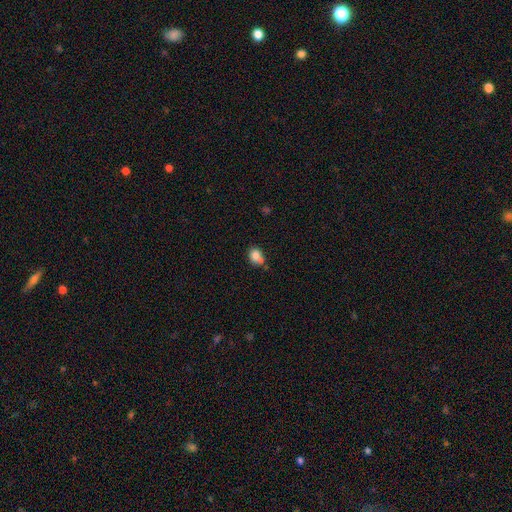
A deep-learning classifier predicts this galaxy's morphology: Smooth or featured? smooth (81%)
How rounded? round (57%)
Merging? none (48%)